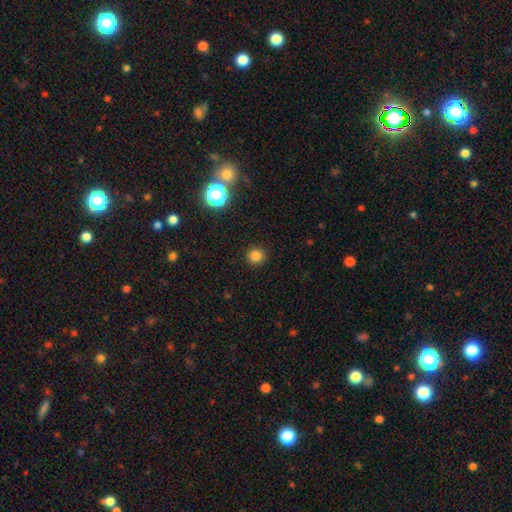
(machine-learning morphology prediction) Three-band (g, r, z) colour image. It shows a smooth galaxy with no disk features (82%) that is round (95%). Merging: none (92%).